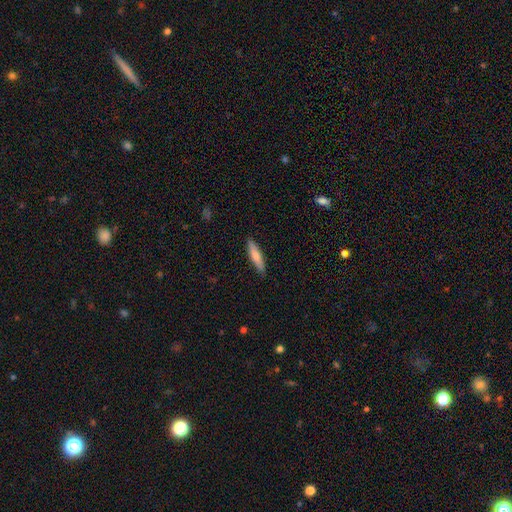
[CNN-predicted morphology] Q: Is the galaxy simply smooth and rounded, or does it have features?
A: smooth — 71%.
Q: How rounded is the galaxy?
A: cigar-shaped — 82%.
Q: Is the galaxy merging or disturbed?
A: none — 89%.